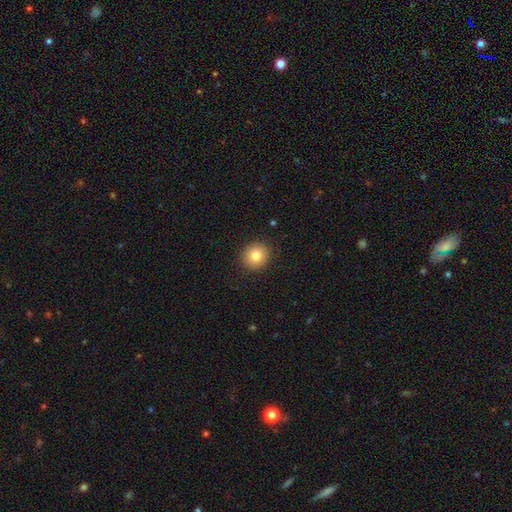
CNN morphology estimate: Overall: smooth (82%). How rounded: round (85%). Merging: none (90%).